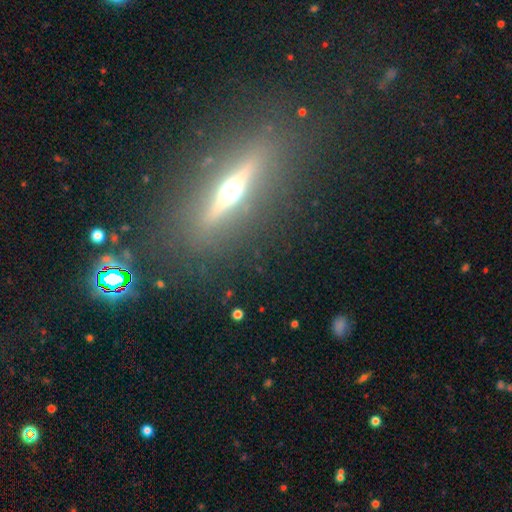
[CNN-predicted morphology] Smooth or featured? featured or disk (70%)
Edge-on disk? yes (92%)
Edge-on bulge? rounded (95%)
Merging? none (86%)